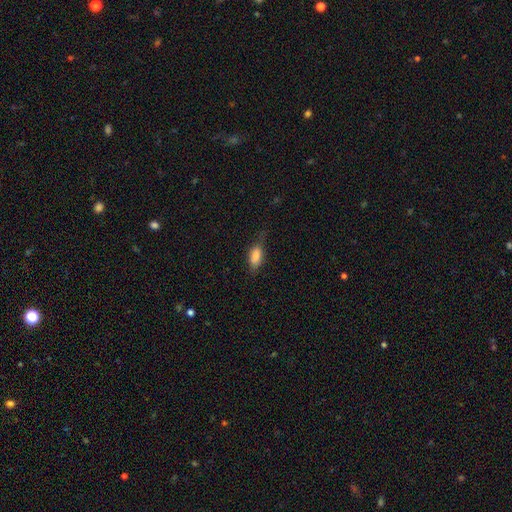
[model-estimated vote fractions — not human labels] Overall: smooth (78%). How rounded: in between (83%). Merging: none (58%; minor disturbance 29%).